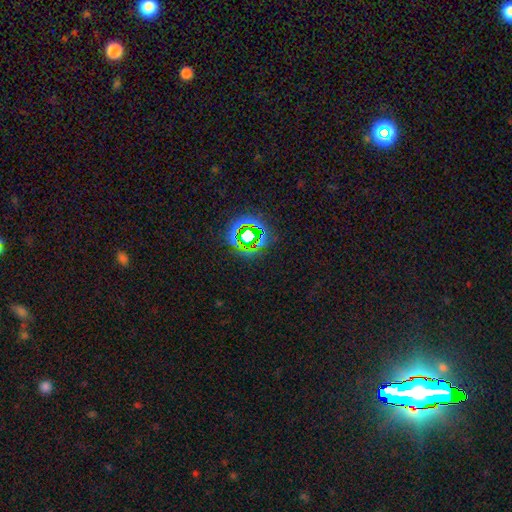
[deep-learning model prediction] Overall: star or artifact (63%; smooth 24%).